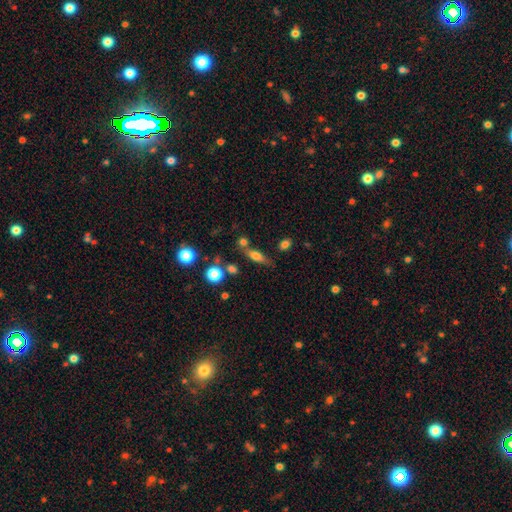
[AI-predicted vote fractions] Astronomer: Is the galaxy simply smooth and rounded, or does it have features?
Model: smooth — 64%.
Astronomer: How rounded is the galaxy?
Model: in between — 58%.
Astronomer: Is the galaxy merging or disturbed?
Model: none — 61%.